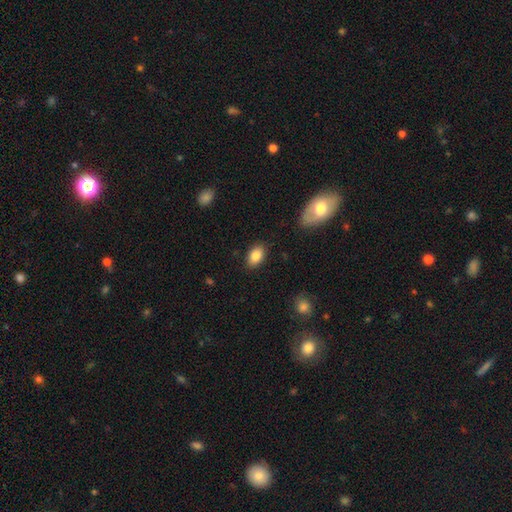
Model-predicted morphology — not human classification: Smooth or featured? Predicted: smooth (p=0.84). How rounded? Predicted: in between (p=0.89). Merging? Predicted: none (p=0.86).